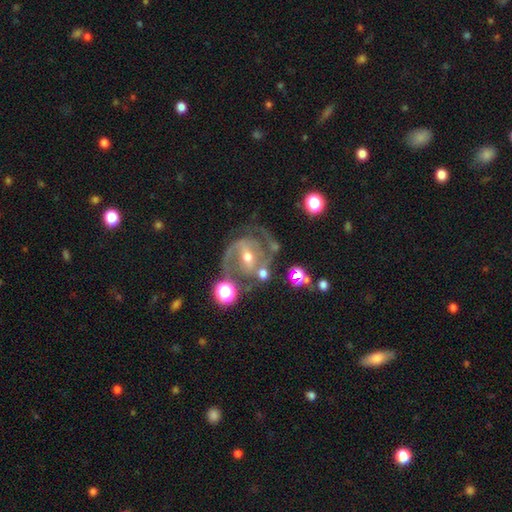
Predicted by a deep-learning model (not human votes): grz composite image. It shows a featured or disk galaxy (87%) with a strong bar (40%), 2 (72%) medium (50%) spiral arms (96%) and a small central bulge (49%). Merging: none (60%).